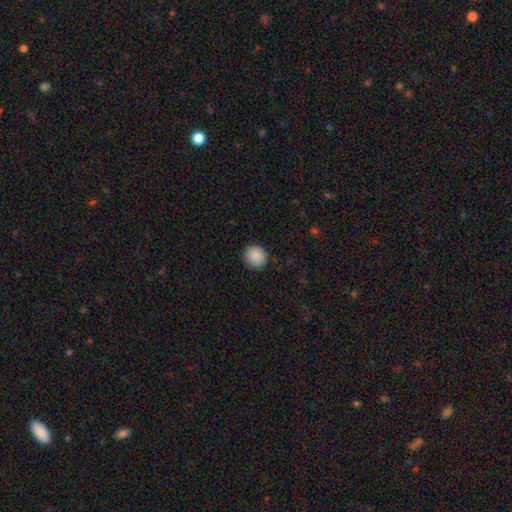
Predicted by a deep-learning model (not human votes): Overall: smooth (89%). How rounded: round (91%). Merging: none (90%).